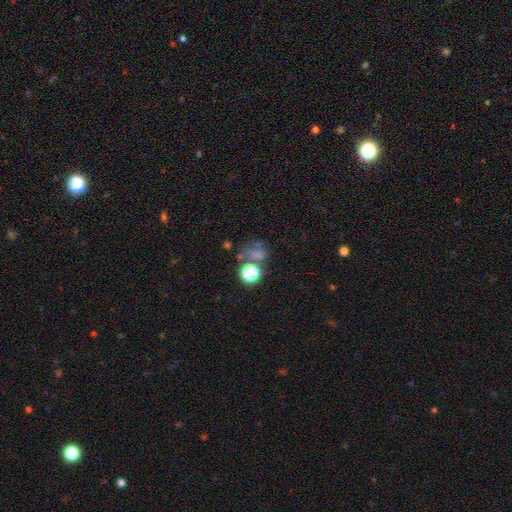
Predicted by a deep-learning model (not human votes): smooth_or_featured: smooth (p=0.51) [alt: star or artifact p=0.35]
how_rounded: round (p=0.69) [alt: in between p=0.30]
merging: none (p=0.49) [alt: merger p=0.23]